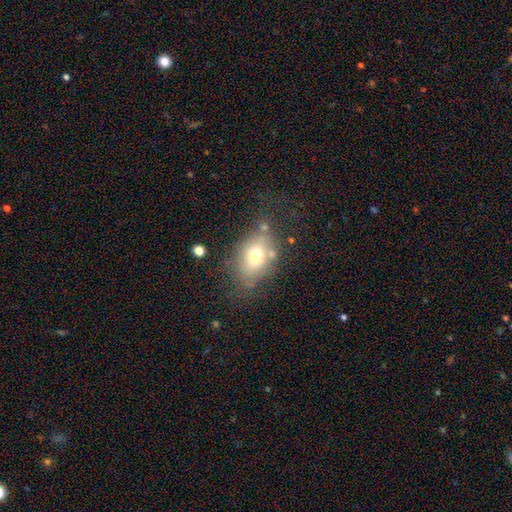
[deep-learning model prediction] A smooth galaxy with no disk features (67%) that is in between round and cigar-shaped (74%).

Vote fractions:
- Smooth or featured? smooth: 67% / featured or disk: 21% / star or artifact: 12%
- How rounded? in between: 74% / round: 24% / cigar-shaped: 2%
- Merging? none: 61% / minor disturbance: 21% / major disturbance: 10% / merger: 7%